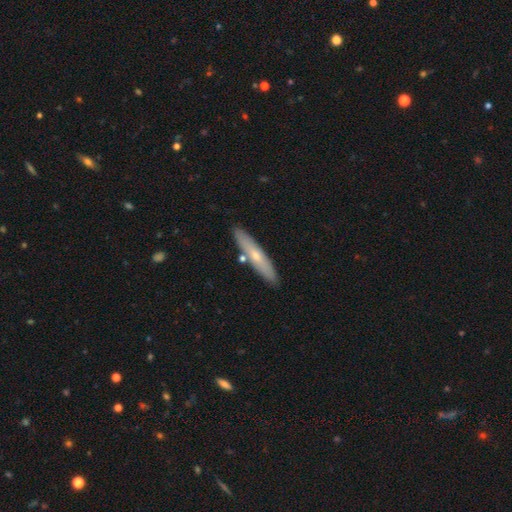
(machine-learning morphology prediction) smooth_or_featured: smooth (p=0.53) [alt: featured or disk p=0.41]
how_rounded: cigar-shaped (p=0.87) [alt: in between p=0.12]
merging: none (p=0.84) [alt: minor disturbance p=0.09]